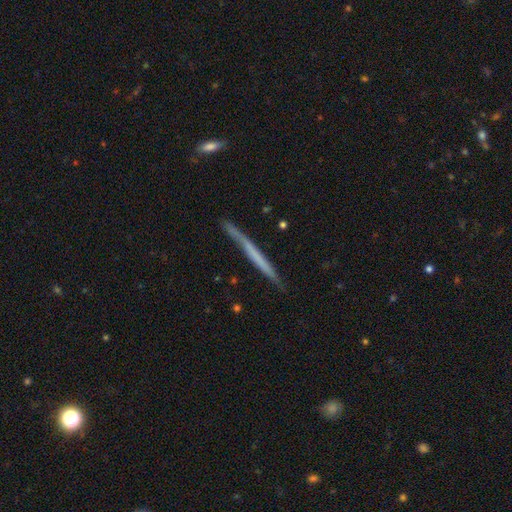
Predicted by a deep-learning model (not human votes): smooth-or-featured: featured or disk: 53% | smooth: 41% | star or artifact: 6%
  disk-edge-on: yes: 97% | no: 3%
    edge-on-bulge: none: 89% | rounded: 6% | boxy: 5%
  merging: none: 83% | minor disturbance: 13% | major disturbance: 2% | merger: 2%